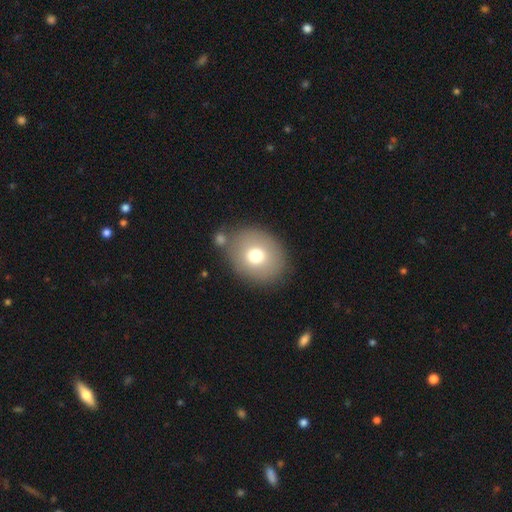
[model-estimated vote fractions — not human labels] Overall: smooth (72%). How rounded: round (58%; in between 41%). Merging: none (78%).